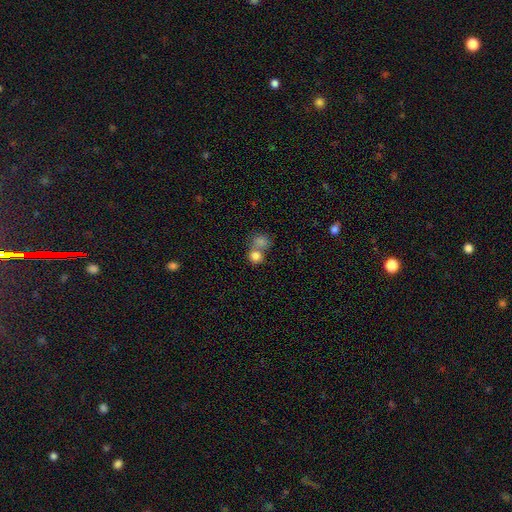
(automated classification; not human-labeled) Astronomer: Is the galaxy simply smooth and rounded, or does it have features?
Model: smooth — 81%.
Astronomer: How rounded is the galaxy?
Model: round — 81%.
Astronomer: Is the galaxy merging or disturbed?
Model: merger — 52% (runner-up: none, 38%).